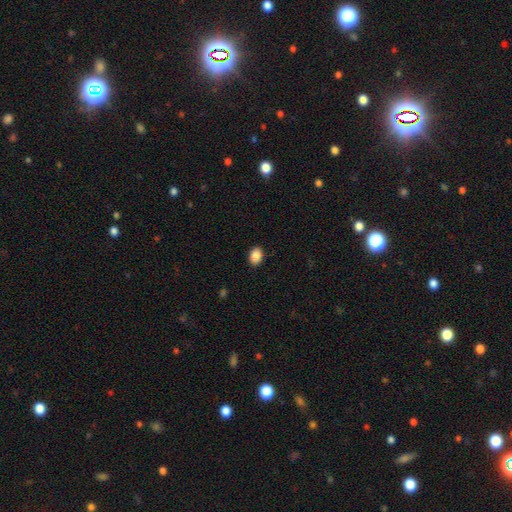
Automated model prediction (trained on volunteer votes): A smooth galaxy with no disk features (88%) that is in between round and cigar-shaped (75%).

Vote fractions:
- Smooth or featured? smooth: 88% / star or artifact: 8% / featured or disk: 3%
- How rounded? in between: 75% / round: 24% / cigar-shaped: 1%
- Merging? none: 89% / minor disturbance: 8% / major disturbance: 2% / merger: 1%